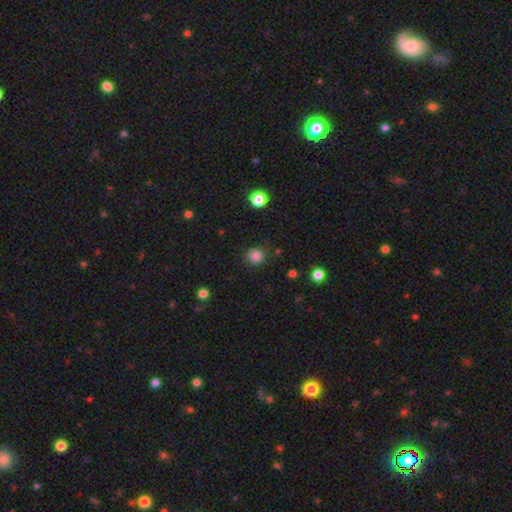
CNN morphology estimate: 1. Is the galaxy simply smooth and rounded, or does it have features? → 84% smooth, 12% star or artifact, 4% featured or disk.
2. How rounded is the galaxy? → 87% round, 12% in between, 1% cigar-shaped.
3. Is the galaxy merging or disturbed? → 86% none, 9% minor disturbance, 3% major disturbance, 2% merger.